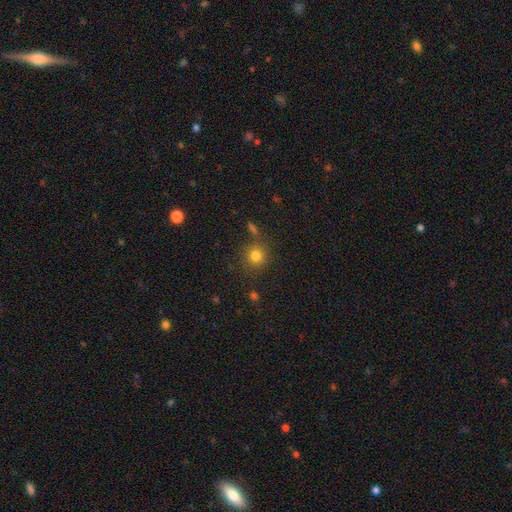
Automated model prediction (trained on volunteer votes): smooth 80%, star or artifact 13%, featured or disk 7%. Down the decision tree: how rounded — round (90%); merging — none (80%).